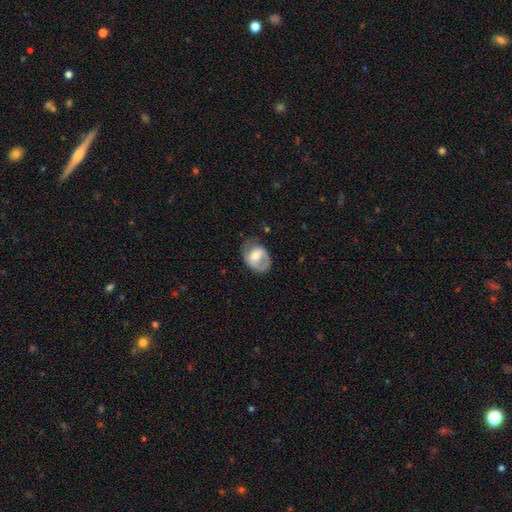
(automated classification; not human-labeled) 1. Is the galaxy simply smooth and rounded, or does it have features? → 54% featured or disk, 40% smooth, 6% star or artifact.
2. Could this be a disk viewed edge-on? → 96% no, 4% yes.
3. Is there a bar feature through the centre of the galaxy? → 41% no (tied), 41% weak (tied), 18% strong.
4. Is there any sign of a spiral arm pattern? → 63% yes, 37% no.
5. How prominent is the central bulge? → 60% moderate, 26% small, 11% large, 2% none, 1% dominant.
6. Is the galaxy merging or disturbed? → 54% none, 28% minor disturbance, 17% major disturbance, 2% merger.